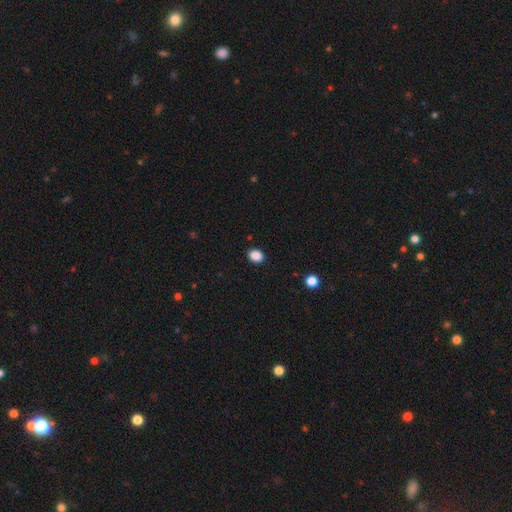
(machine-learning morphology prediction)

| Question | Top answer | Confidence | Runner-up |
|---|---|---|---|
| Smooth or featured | smooth | 88% | star or artifact (10%) |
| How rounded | in between | 54% | round (45%) |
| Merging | none | 91% | minor disturbance (7%) |